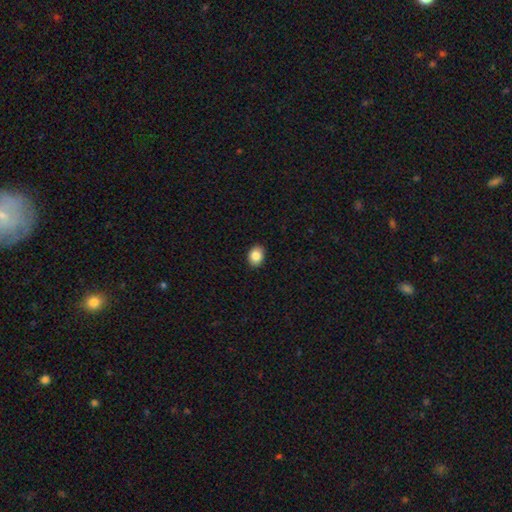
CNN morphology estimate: Overall: smooth (87%). How rounded: in between (64%; round 35%). Merging: none (90%).